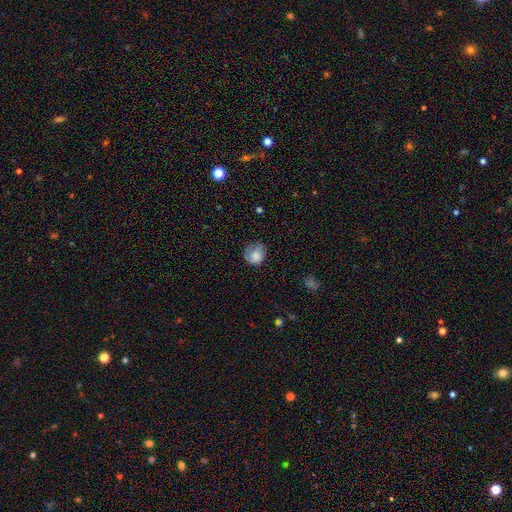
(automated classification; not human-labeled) smooth-or-featured: smooth: 80% | featured or disk: 12% | star or artifact: 8%
  how-rounded: round: 78% | in between: 21% | cigar-shaped: 1%
  merging: none: 57% | minor disturbance: 30% | major disturbance: 12% | merger: 1%